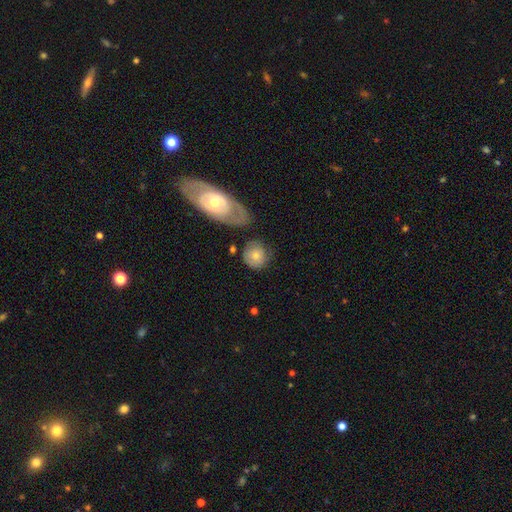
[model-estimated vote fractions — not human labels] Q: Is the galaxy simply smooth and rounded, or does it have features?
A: smooth — 70%.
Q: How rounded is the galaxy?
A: round — 84%.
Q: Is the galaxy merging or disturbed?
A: none — 61%.